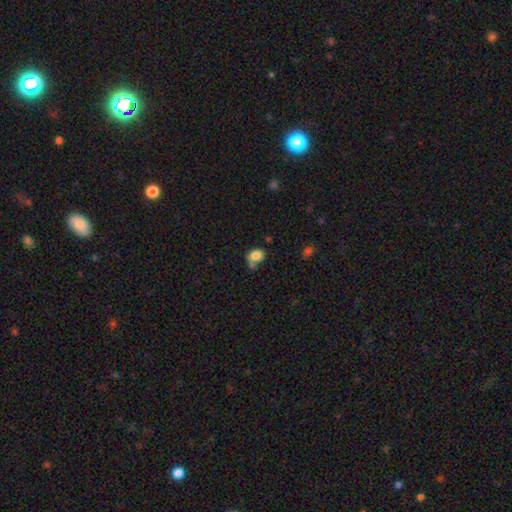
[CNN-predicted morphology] Overall: smooth (82%). How rounded: in between (51%; round 48%). Merging: none (44%; merger 24%).